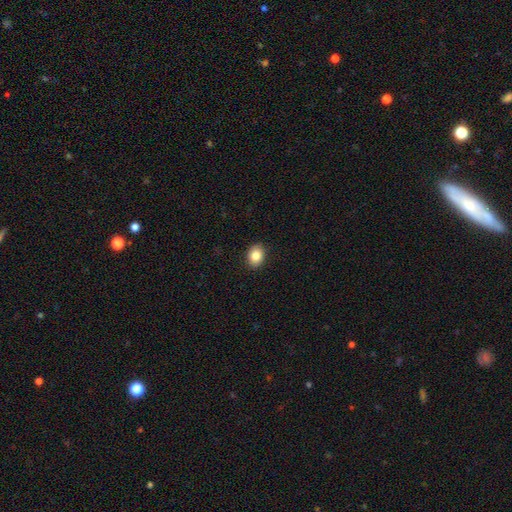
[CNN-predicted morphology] Smooth or featured?
  - smooth: 85% *
  - star or artifact: 9%
  - featured or disk: 7%
How rounded?
  - in between: 57% *
  - round: 42%
  - cigar-shaped: 1%
Merging?
  - none: 91% *
  - minor disturbance: 6%
  - major disturbance: 2%
  - merger: 1%